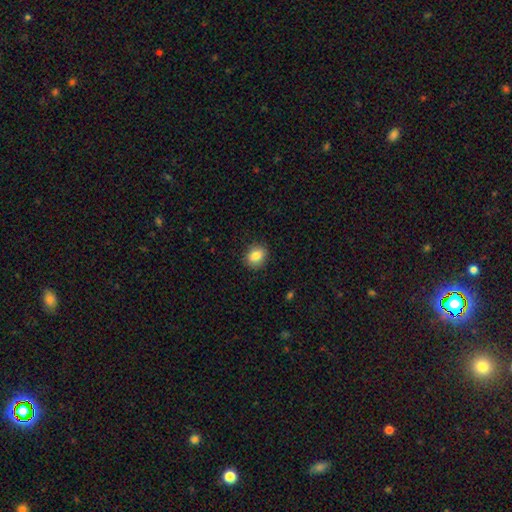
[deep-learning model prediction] Smooth or featured?
  - smooth: 85% *
  - star or artifact: 9%
  - featured or disk: 6%
How rounded?
  - round: 57% *
  - in between: 42%
  - cigar-shaped: 1%
Merging?
  - none: 88% *
  - minor disturbance: 9%
  - major disturbance: 2%
  - merger: 1%